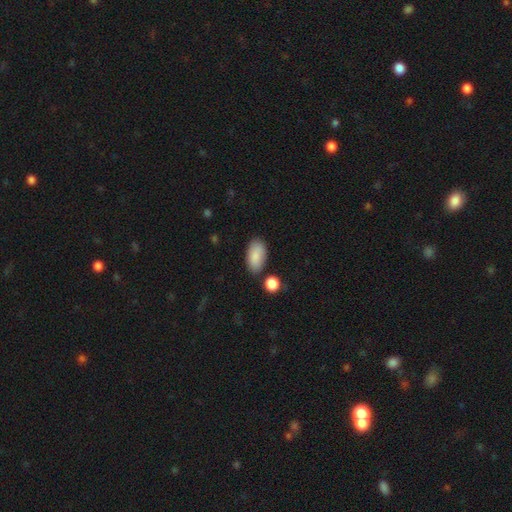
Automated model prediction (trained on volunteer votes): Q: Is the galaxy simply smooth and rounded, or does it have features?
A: smooth — 88%.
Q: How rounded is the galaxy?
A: in between — 94%.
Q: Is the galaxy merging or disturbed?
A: none — 77%.